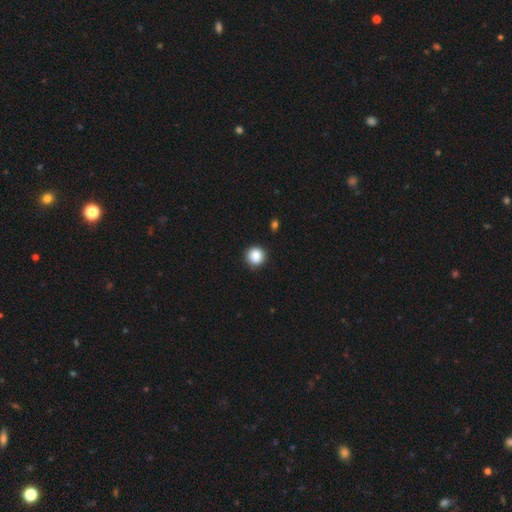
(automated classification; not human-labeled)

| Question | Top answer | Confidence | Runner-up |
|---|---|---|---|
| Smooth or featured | smooth | 87% | star or artifact (9%) |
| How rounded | round | 93% | in between (6%) |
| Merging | none | 91% | minor disturbance (6%) |